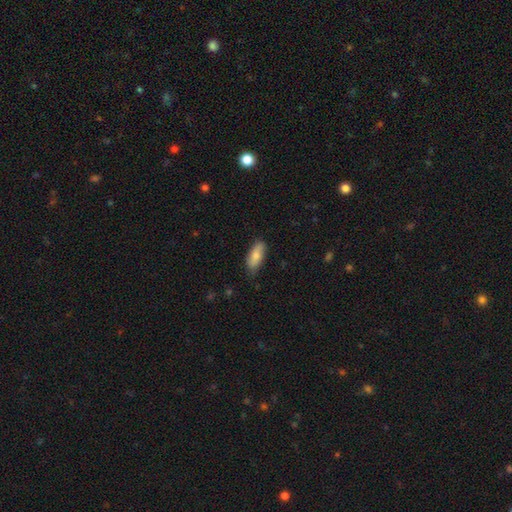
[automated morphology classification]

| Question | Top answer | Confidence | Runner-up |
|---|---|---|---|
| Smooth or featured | smooth | 78% | featured or disk (16%) |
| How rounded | in between | 81% | cigar-shaped (17%) |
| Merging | none | 75% | minor disturbance (21%) |